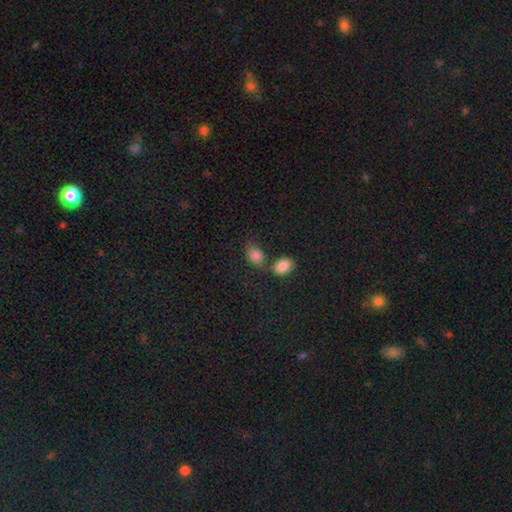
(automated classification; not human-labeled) Smooth or featured? Predicted: smooth (p=0.85). How rounded? Predicted: in between (p=0.77). Merging? Predicted: none (p=0.51).